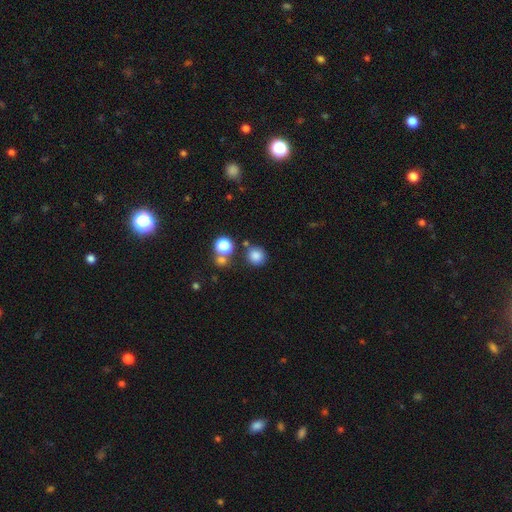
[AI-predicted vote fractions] smooth-or-featured: smooth: 81% | star or artifact: 13% | featured or disk: 5%
  how-rounded: round: 90% | in between: 9% | cigar-shaped: 1%
  merging: none: 78% | merger: 9% | minor disturbance: 9% | major disturbance: 4%